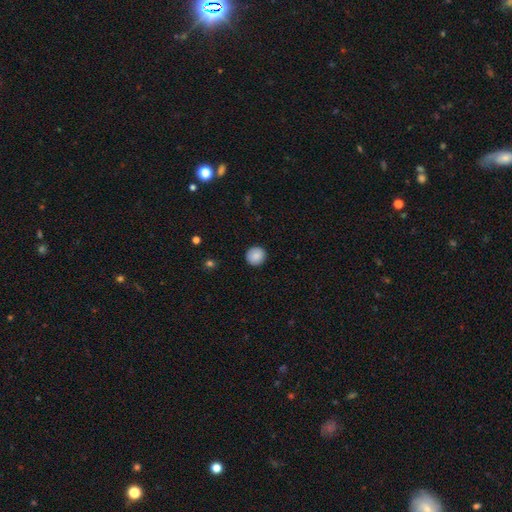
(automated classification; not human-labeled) Smooth or featured?
  - smooth: 88% *
  - star or artifact: 8%
  - featured or disk: 5%
How rounded?
  - round: 93% *
  - in between: 6%
  - cigar-shaped: 1%
Merging?
  - none: 92% *
  - minor disturbance: 5%
  - major disturbance: 2%
  - merger: 1%